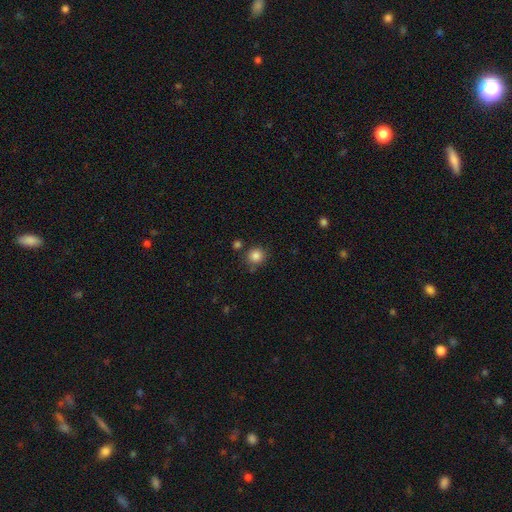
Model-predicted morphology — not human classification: Smooth or featured? Predicted: smooth (p=0.84). How rounded? Predicted: round (p=0.91). Merging? Predicted: none (p=0.80).